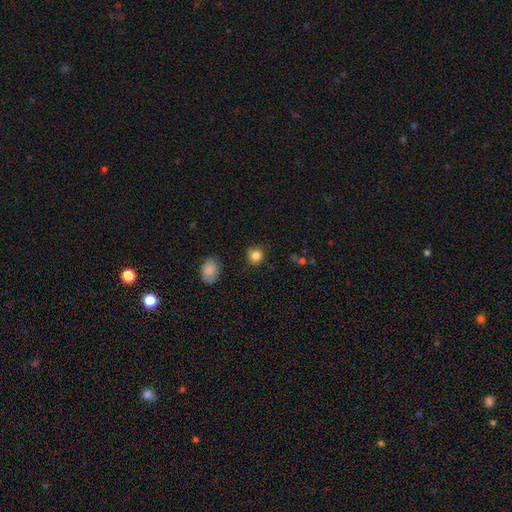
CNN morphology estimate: type=smooth (84%); roundness=round (87%); merging=none (84%).